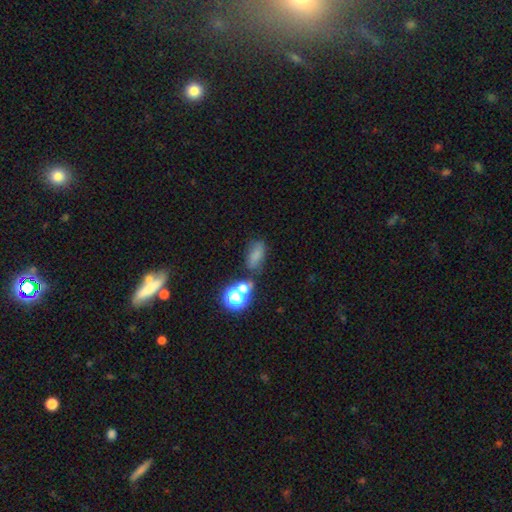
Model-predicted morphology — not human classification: type=smooth (67%); roundness=in between (77%); merging=none (57%).